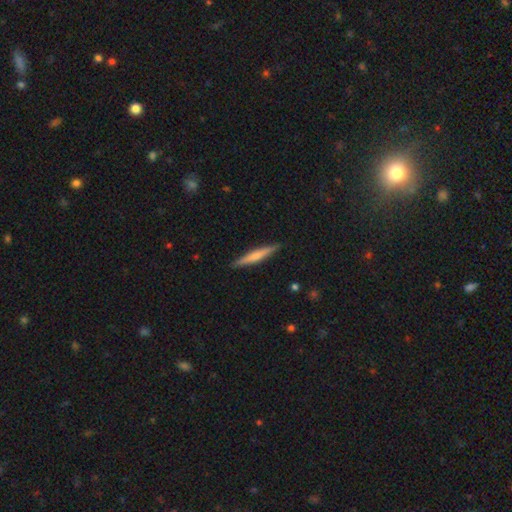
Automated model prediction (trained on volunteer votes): Q: Smooth or featured?
A: smooth (52%); runner-up: featured or disk (42%)
Q: How rounded?
A: cigar-shaped (94%); runner-up: in between (4%)
Q: Merging?
A: none (90%); runner-up: minor disturbance (7%)